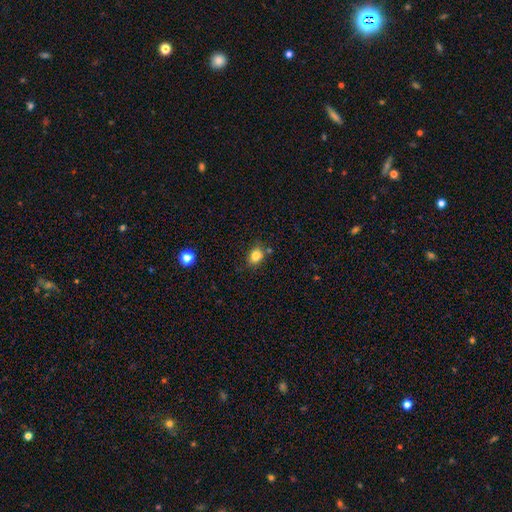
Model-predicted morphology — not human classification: smooth-or-featured: smooth: 81% | star or artifact: 11% | featured or disk: 8%
  how-rounded: in between: 57% | round: 42% | cigar-shaped: 1%
  merging: none: 69% | minor disturbance: 16% | merger: 11% | major disturbance: 4%